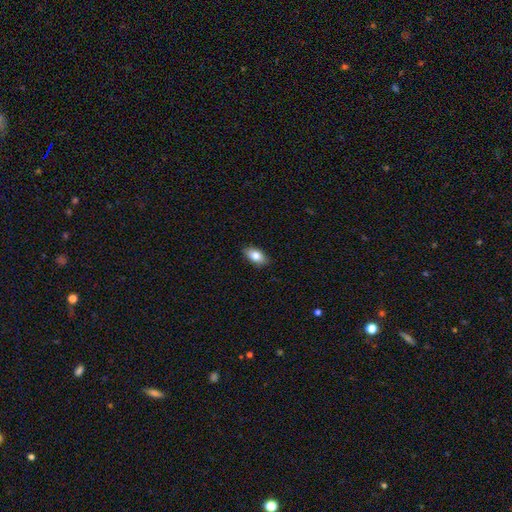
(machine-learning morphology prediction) type=smooth (81%); roundness=in between (90%); merging=none (87%).